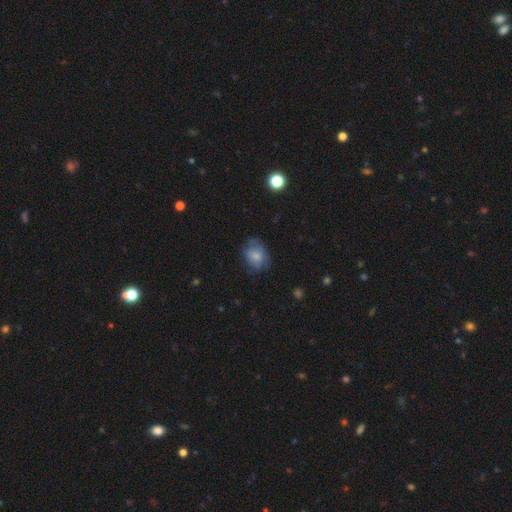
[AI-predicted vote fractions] Overall: smooth (74%). How rounded: in between (58%; round 41%). Merging: none (61%; minor disturbance 26%).